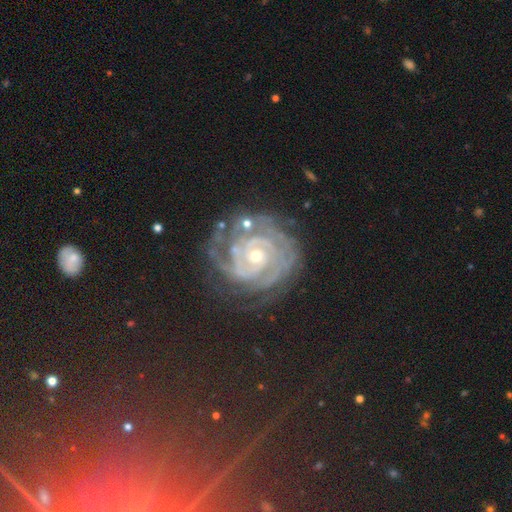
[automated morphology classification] This appears to be a featured or disk galaxy (86%) with no bar (73%), tight (78%) spiral arms (96%) and a small central bulge (53%). Merging: none (65%).